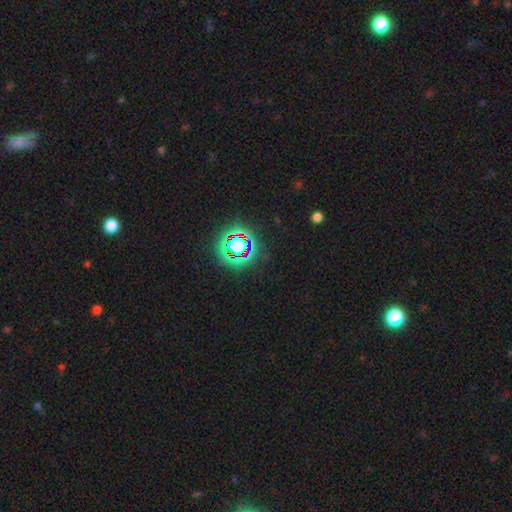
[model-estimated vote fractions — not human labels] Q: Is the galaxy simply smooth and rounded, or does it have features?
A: star or artifact — 74%.